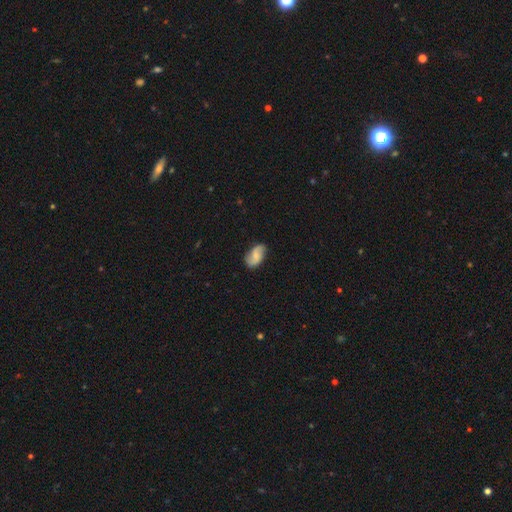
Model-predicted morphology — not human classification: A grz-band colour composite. It shows a featured or disk galaxy (51%). Merging: none (78%).